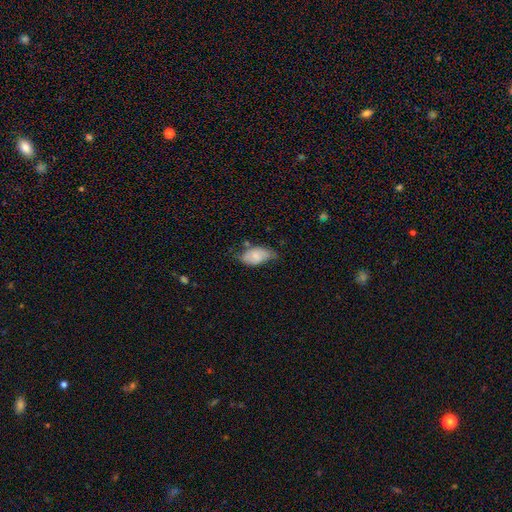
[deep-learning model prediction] Morphology: type=smooth (72%); roundness=in between (93%); merging=none (46%).